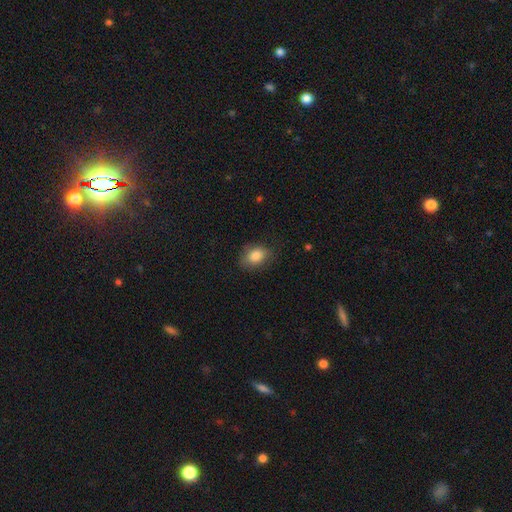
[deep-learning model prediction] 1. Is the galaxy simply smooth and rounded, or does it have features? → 85% smooth, 8% star or artifact, 7% featured or disk.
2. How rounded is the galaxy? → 76% in between, 23% round, 1% cigar-shaped.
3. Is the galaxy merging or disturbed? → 76% none, 18% minor disturbance, 5% major disturbance, 1% merger.